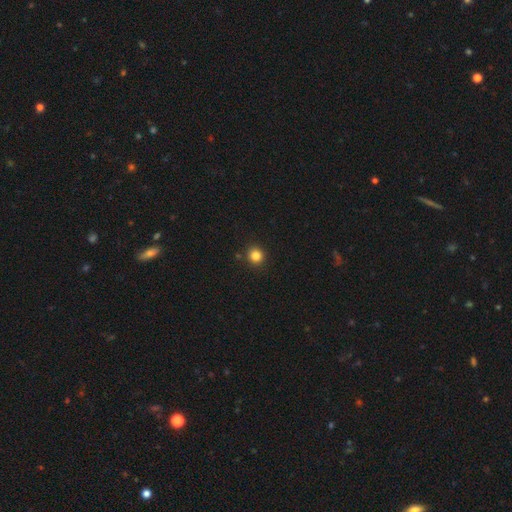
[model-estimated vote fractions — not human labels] Q: Smooth or featured?
A: smooth (83%); runner-up: star or artifact (12%)
Q: How rounded?
A: round (92%); runner-up: in between (7%)
Q: Merging?
A: none (90%); runner-up: minor disturbance (6%)